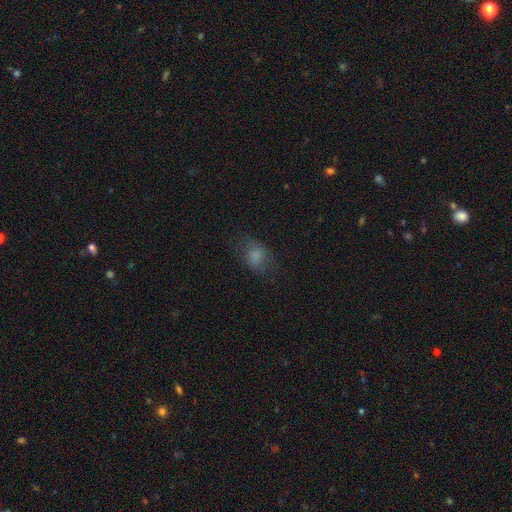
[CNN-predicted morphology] A smooth galaxy with no disk features (73%) that is in between round and cigar-shaped (70%). Merging: none (59%).